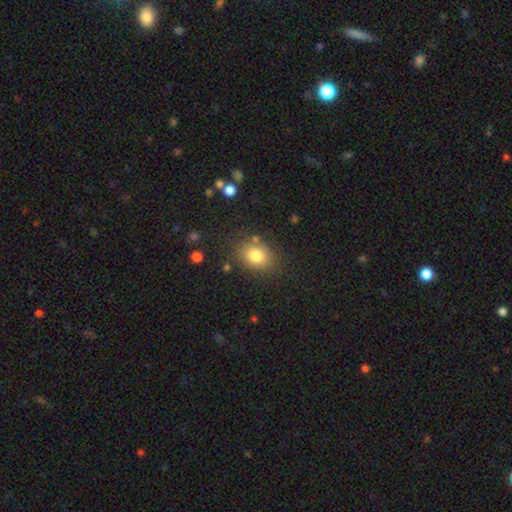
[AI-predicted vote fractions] Smooth or featured?
  - smooth: 81% *
  - star or artifact: 10%
  - featured or disk: 9%
How rounded?
  - in between: 59% *
  - round: 40%
  - cigar-shaped: 1%
Merging?
  - none: 78% *
  - minor disturbance: 13%
  - major disturbance: 4%
  - merger: 4%